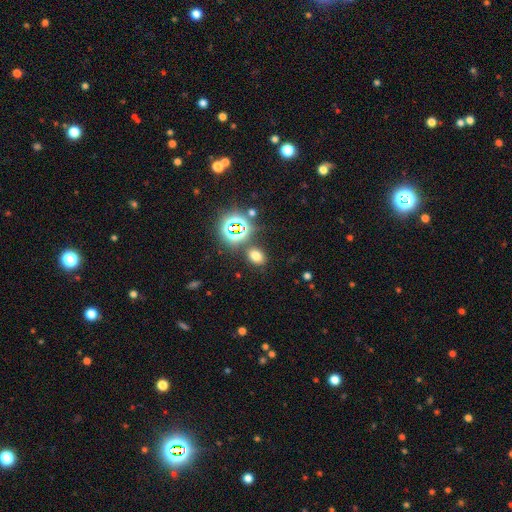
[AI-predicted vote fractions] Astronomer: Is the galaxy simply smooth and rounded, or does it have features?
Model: smooth — 66%.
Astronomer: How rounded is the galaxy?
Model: in between — 63%.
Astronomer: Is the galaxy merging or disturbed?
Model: none — 81%.